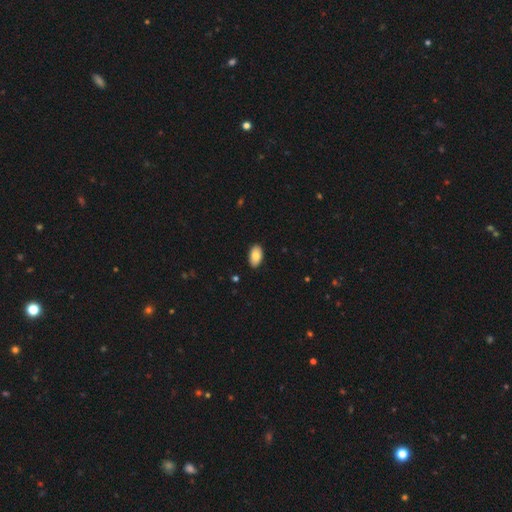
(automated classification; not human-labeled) This appears to be a smooth galaxy with no disk features (84%) that is in between round and cigar-shaped (95%). Merging: none (88%).